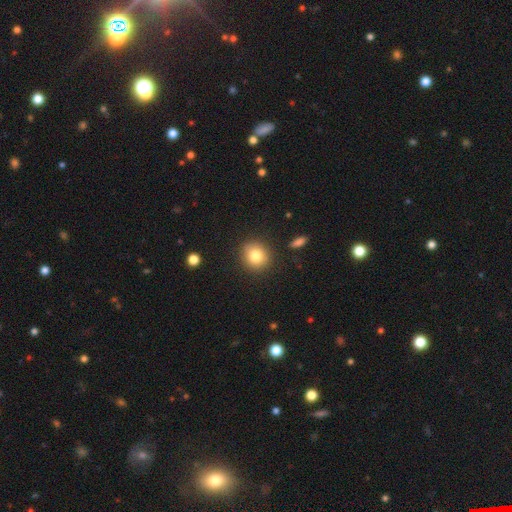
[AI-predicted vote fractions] Morphology: type=smooth (81%); roundness=round (86%); merging=none (88%).